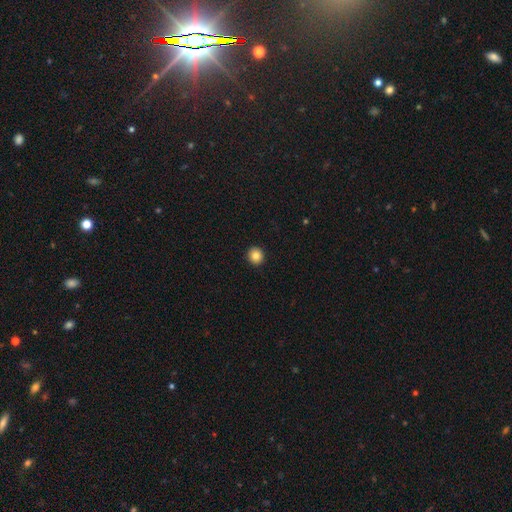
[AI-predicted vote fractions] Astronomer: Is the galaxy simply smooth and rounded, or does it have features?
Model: smooth — 84%.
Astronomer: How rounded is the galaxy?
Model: round — 92%.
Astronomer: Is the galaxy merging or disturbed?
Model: none — 93%.